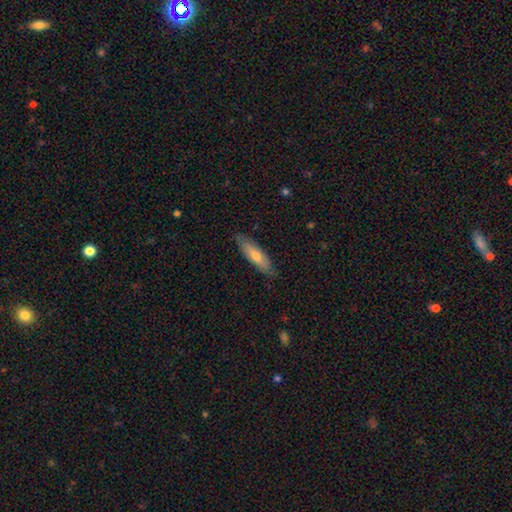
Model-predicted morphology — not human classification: Smooth or featured? Predicted: smooth (p=0.65). How rounded? Predicted: cigar-shaped (p=0.57). Merging? Predicted: none (p=0.84).